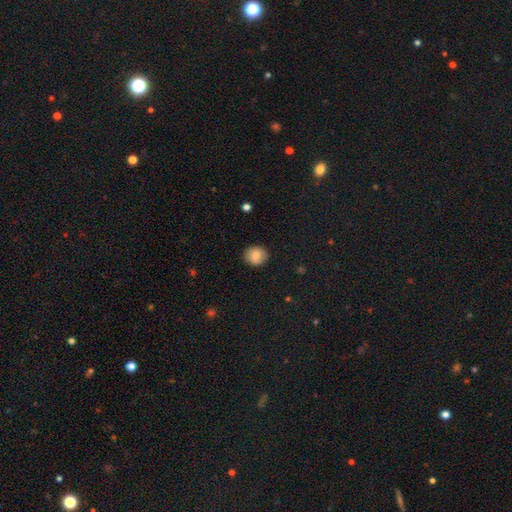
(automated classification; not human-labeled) Smooth or featured? smooth (82%)
How rounded? round (80%)
Merging? none (88%)